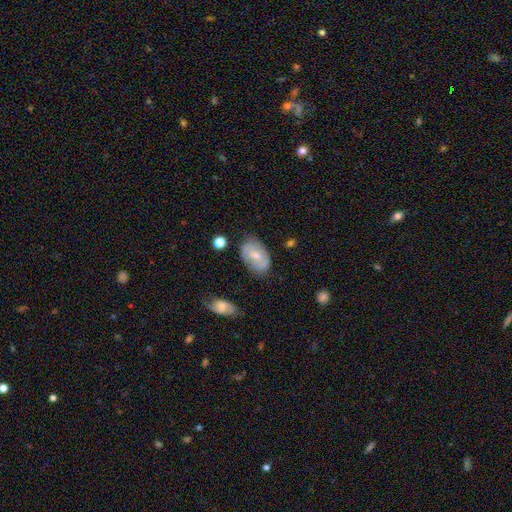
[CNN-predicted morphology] smooth 53%, featured or disk 39%, star or artifact 7%. Down the decision tree: how rounded — in between (90%); merging — none (74%).